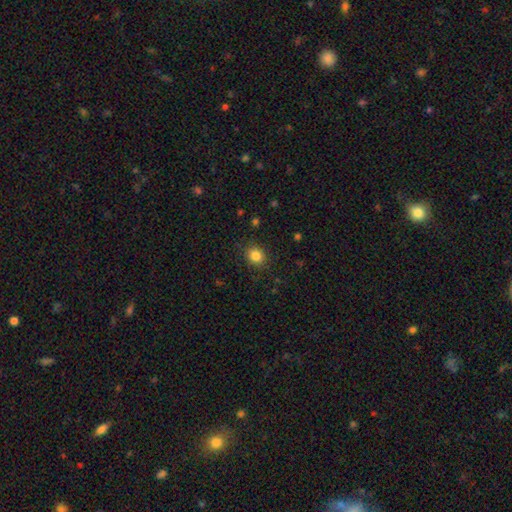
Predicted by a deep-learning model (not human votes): Overall: smooth (84%). How rounded: round (74%). Merging: none (88%).